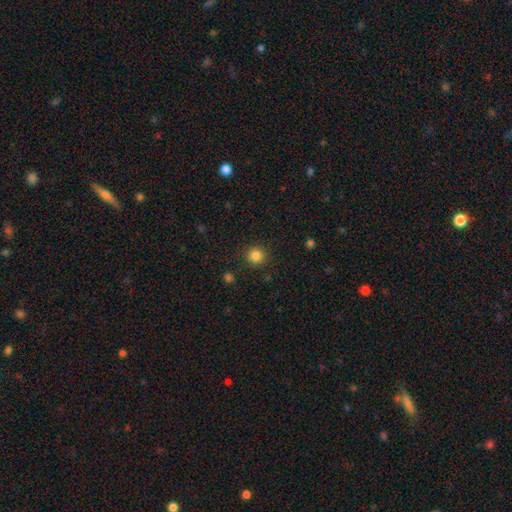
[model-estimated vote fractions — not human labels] smooth 84%, star or artifact 12%, featured or disk 4%. Down the decision tree: how rounded — round (92%); merging — none (90%).